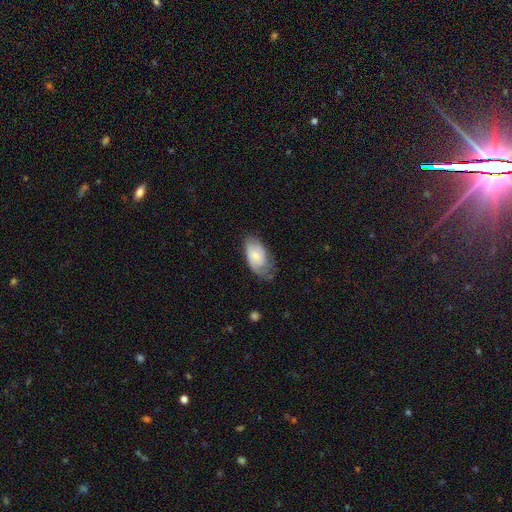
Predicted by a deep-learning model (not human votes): smooth 54%, featured or disk 40%, star or artifact 7%. Down the decision tree: how rounded — in between (93%); merging — none (57%).